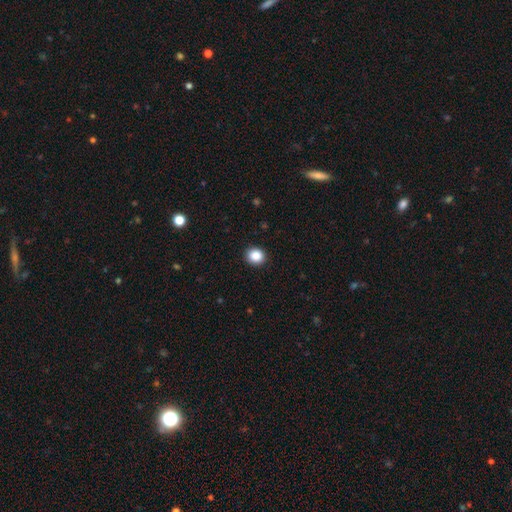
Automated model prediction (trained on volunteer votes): Smooth or featured: smooth — 88% (star or artifact — 9%)
How rounded: round — 81% (in between — 18%)
Merging: none — 91% (minor disturbance — 6%)